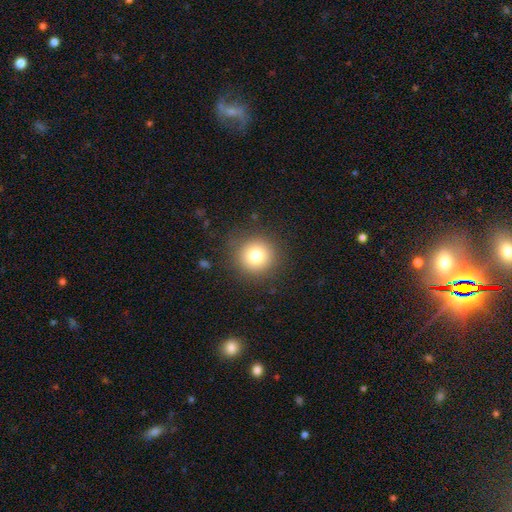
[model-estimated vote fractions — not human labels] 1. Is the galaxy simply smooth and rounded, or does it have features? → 78% smooth, 12% star or artifact, 10% featured or disk.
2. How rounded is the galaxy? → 94% round, 5% in between, 1% cigar-shaped.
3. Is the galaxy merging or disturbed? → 88% none, 8% minor disturbance, 3% major disturbance, 1% merger.